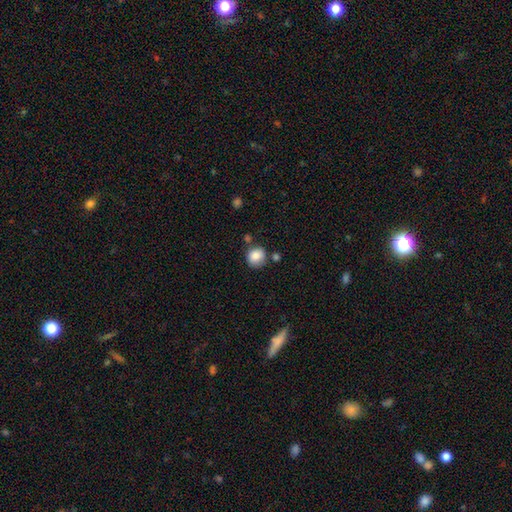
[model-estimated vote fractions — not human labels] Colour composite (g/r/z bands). It shows a smooth galaxy with no disk features (84%) that is round (86%). Merging: none (72%).